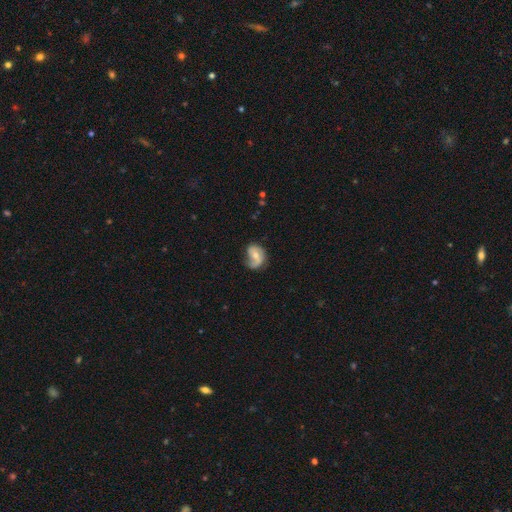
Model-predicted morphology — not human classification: Smooth or featured? featured or disk (64%)
Edge-on disk? no (97%)
Bar? no (54%)
Spiral arms? yes (85%)
Spiral winding? medium (39%)
Spiral arm count? 2 (54%)
Bulge size? moderate (56%)
Merging? none (53%)